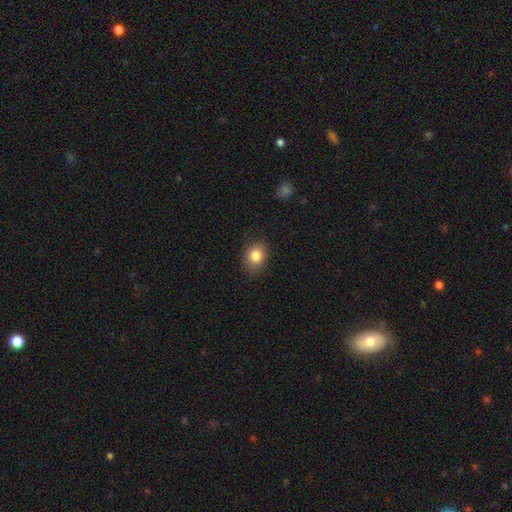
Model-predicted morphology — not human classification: smooth_or_featured: smooth (p=0.83) [alt: star or artifact p=0.10]
how_rounded: round (p=0.55) [alt: in between p=0.44]
merging: none (p=0.85) [alt: minor disturbance p=0.11]